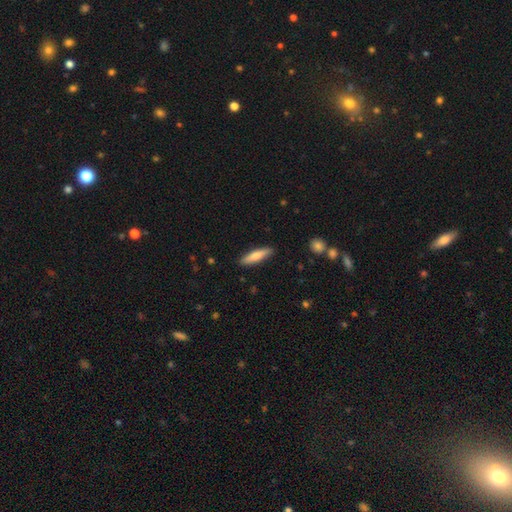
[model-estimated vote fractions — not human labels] Smooth or featured: smooth — 71% (featured or disk — 24%)
How rounded: cigar-shaped — 77% (in between — 22%)
Merging: none — 89% (minor disturbance — 8%)